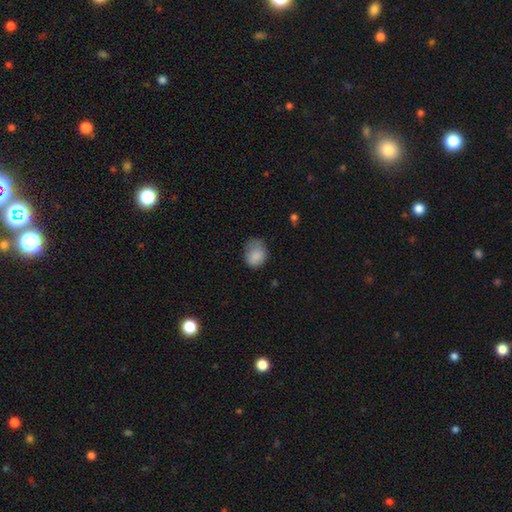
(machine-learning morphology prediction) This appears to be a smooth galaxy with no disk features (85%) that is in between round and cigar-shaped (53%). Merging: none (49%).